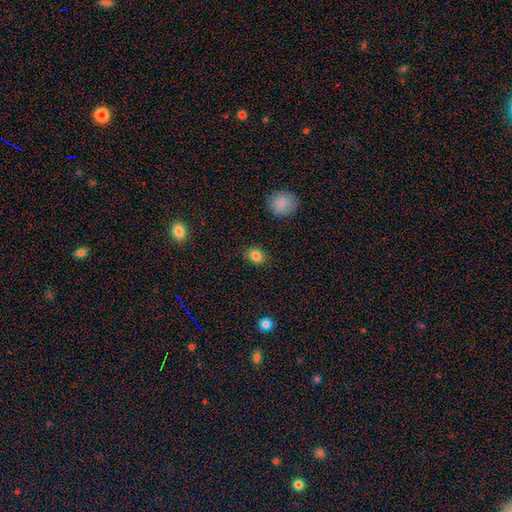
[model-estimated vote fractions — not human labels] This is clearly a smooth galaxy (84%). How rounded: possibly round (51%). Merging: clearly none (85%).